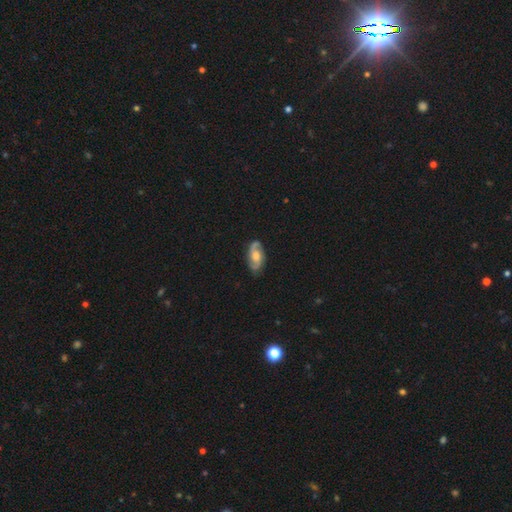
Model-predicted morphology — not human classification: type=featured or disk (79%); edge-on=no (95%); bar=no (54%); spiral arms=yes (95%); winding=medium (49%); arm count=2 (90%); bulge=moderate (58%); merging=none (81%).